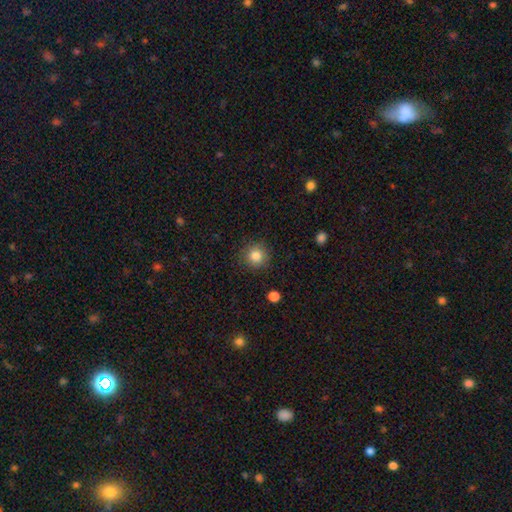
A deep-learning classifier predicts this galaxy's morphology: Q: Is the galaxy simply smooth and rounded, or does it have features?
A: smooth — 84%.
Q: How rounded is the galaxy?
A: round — 93%.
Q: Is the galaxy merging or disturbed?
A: none — 89%.